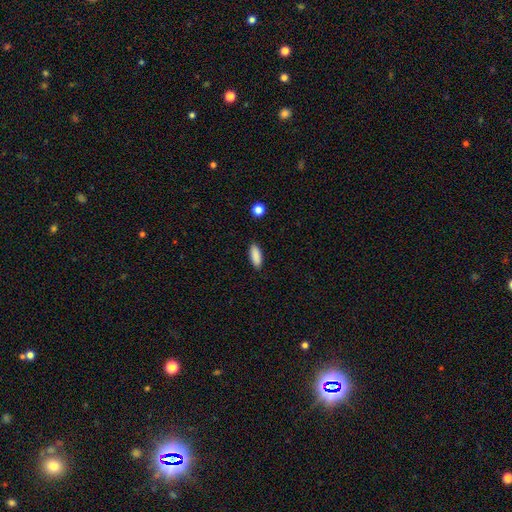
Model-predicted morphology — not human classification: smooth 89%, star or artifact 7%, featured or disk 4%. Down the decision tree: how rounded — in between (73%); merging — none (88%).